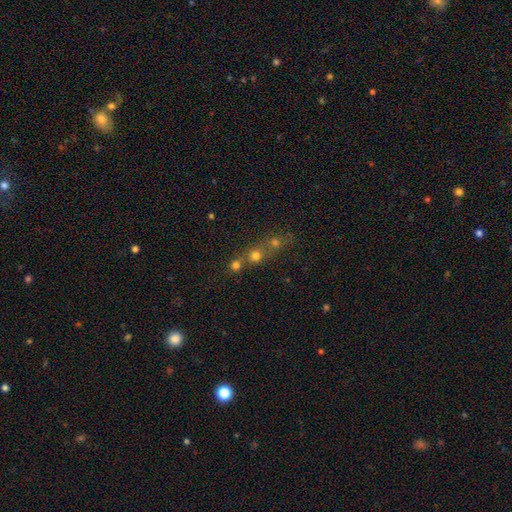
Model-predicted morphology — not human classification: This is likely a smooth galaxy (64%). How rounded: clearly round (88%). Merging: possibly merger (48%).